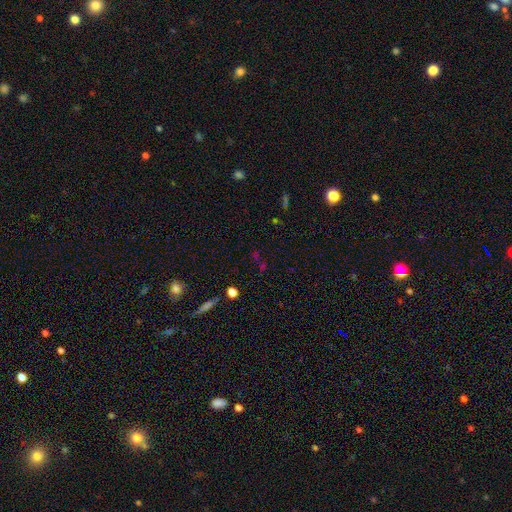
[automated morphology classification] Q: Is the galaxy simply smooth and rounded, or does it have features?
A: star or artifact — 54%.